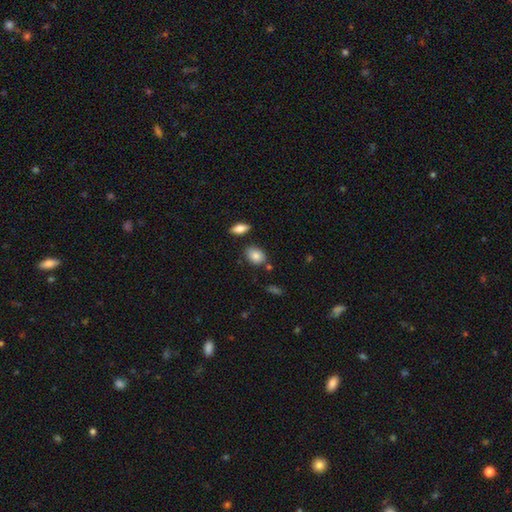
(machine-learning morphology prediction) type=smooth (84%); roundness=in between (73%); merging=none (76%).